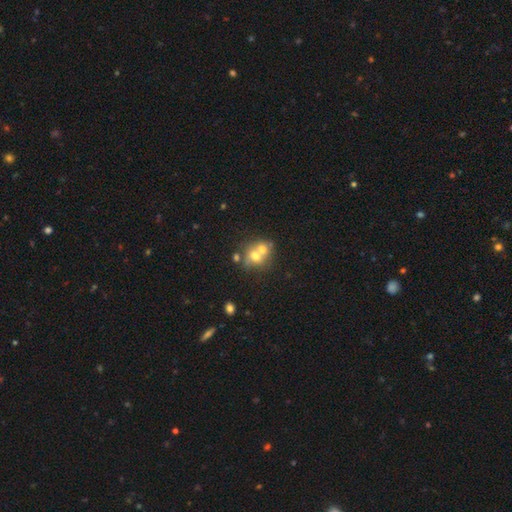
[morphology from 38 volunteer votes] smooth 84%, featured or disk 16%, star or artifact 0%. Down the decision tree: how rounded — round (69%); merging — merger (63%).